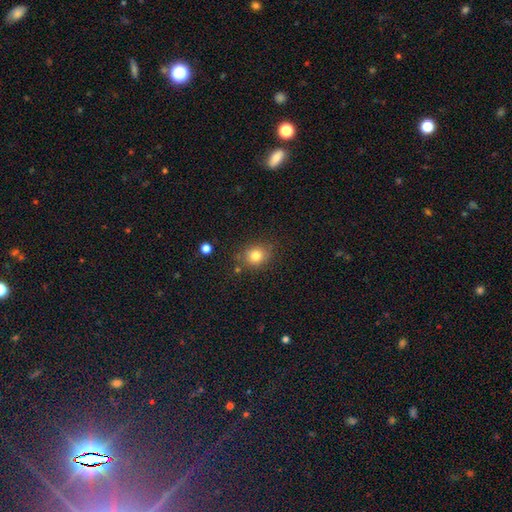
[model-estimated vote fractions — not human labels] Smooth or featured? Predicted: smooth (p=0.80). How rounded? Predicted: round (p=0.71). Merging? Predicted: none (p=0.77).